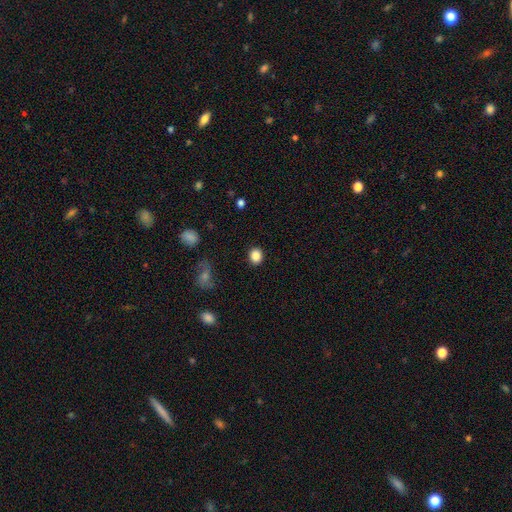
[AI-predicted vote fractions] Q: Smooth or featured?
A: smooth (87%); runner-up: star or artifact (10%)
Q: How rounded?
A: round (72%); runner-up: in between (27%)
Q: Merging?
A: none (89%); runner-up: minor disturbance (7%)